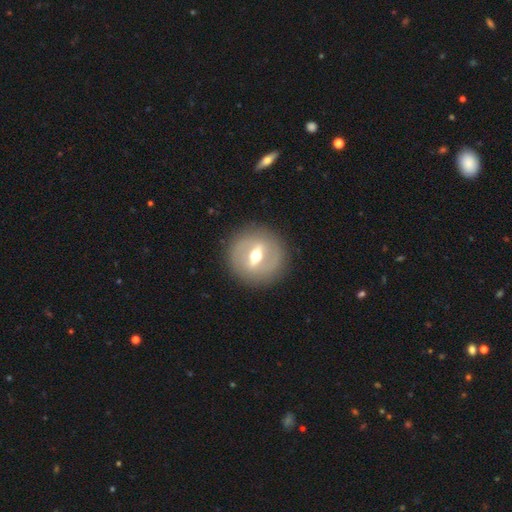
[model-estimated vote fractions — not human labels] A featured or disk galaxy (71%) with a strong bar (61%), no spiral arms (76%) and a moderate central bulge (74%).

Vote fractions:
- Smooth or featured? featured or disk: 71% / smooth: 22% / star or artifact: 7%
- Edge-on disk? no: 77% / yes: 23%
- Bar? strong: 61% / weak: 30% / no: 9%
- Spiral arms? no: 76% / yes: 24%
- Bulge size? moderate: 74% / small: 14% / large: 10% / dominant: 1% / none: 1%
- Merging? none: 87% / minor disturbance: 8% / major disturbance: 4% / merger: 1%